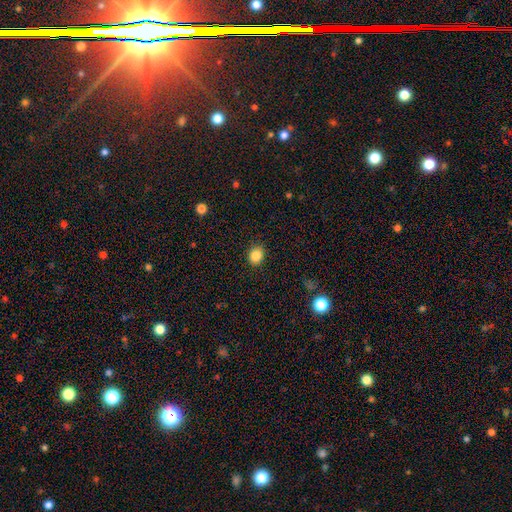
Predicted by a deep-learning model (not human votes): smooth-or-featured: smooth: 86% | star or artifact: 10% | featured or disk: 4%
  how-rounded: round: 53% | in between: 46% | cigar-shaped: 1%
  merging: none: 86% | minor disturbance: 10% | major disturbance: 2% | merger: 1%